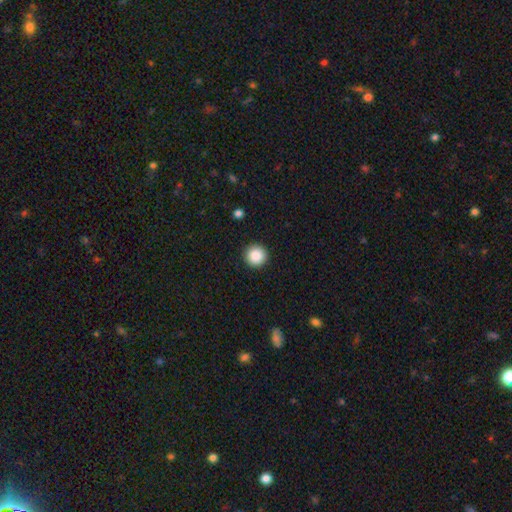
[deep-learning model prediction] Overall: smooth (87%). How rounded: round (96%). Merging: none (93%).